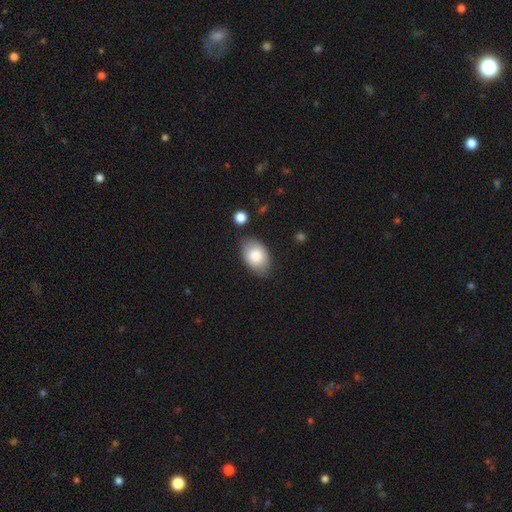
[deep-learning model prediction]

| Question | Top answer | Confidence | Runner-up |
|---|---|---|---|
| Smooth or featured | smooth | 83% | featured or disk (11%) |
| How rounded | in between | 88% | round (11%) |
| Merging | none | 77% | minor disturbance (17%) |